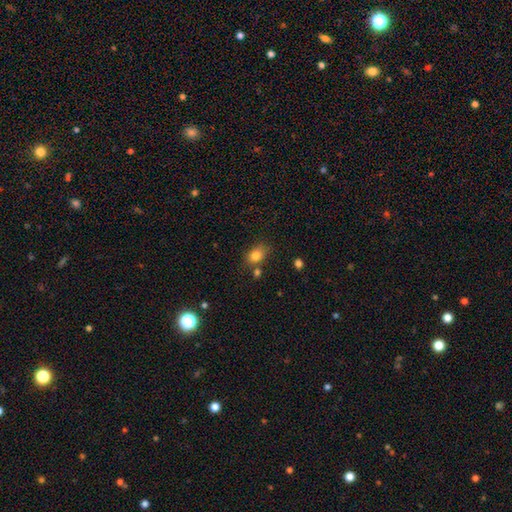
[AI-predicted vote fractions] Smooth or featured?
  - smooth: 82% *
  - star or artifact: 11%
  - featured or disk: 8%
How rounded?
  - in between: 73% *
  - round: 25%
  - cigar-shaped: 2%
Merging?
  - none: 66% *
  - minor disturbance: 17%
  - merger: 12%
  - major disturbance: 5%